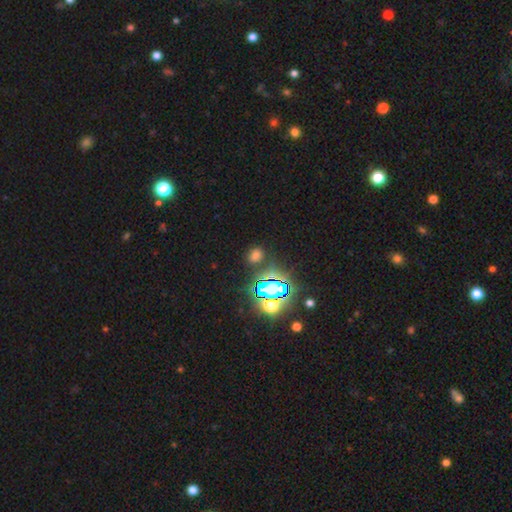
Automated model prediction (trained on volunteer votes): Smooth or featured: smooth — 52% (star or artifact — 41%)
How rounded: in between — 54% (round — 44%)
Merging: none — 80% (minor disturbance — 11%)